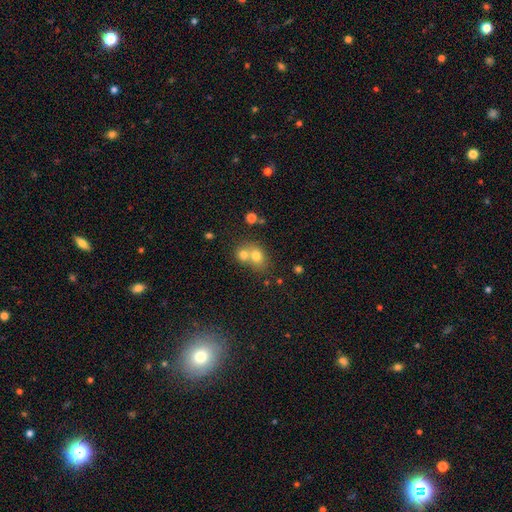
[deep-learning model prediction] Morphology: type=smooth (73%); roundness=round (54%); merging=merger (60%).